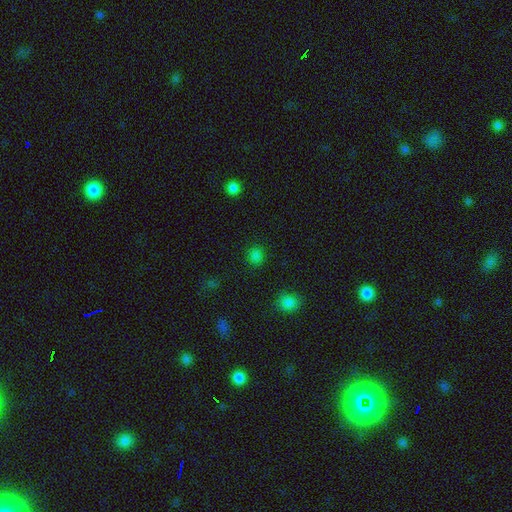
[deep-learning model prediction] Morphology: type=smooth (80%); roundness=round (80%); merging=none (88%).